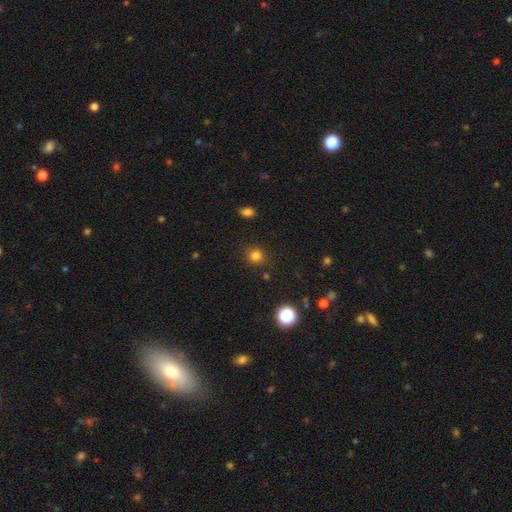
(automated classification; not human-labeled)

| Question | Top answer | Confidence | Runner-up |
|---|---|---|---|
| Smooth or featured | smooth | 80% | star or artifact (15%) |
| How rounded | round | 89% | in between (10%) |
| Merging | none | 88% | minor disturbance (8%) |